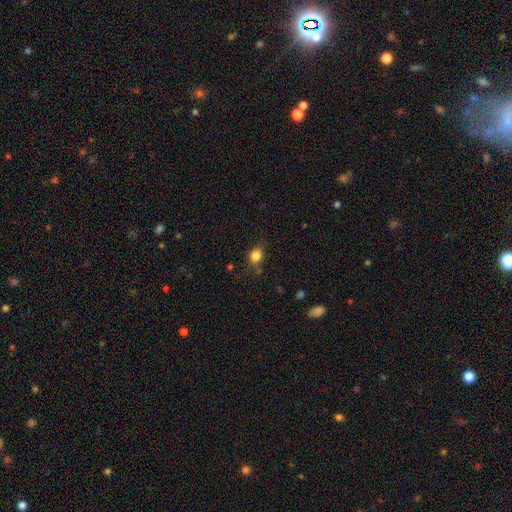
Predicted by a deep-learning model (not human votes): The model was most divided on "how rounded": round: 66%, in between: 33%, cigar-shaped: 1%. More confident: smooth or featured — smooth (83%); merging — none (73%).